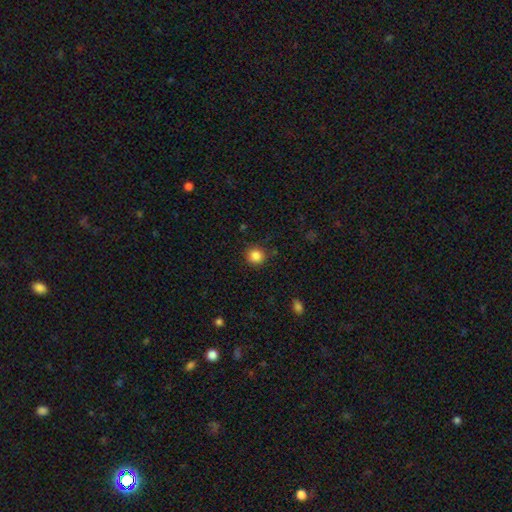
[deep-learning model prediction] Q: Smooth or featured?
A: smooth (86%); runner-up: star or artifact (11%)
Q: How rounded?
A: round (92%); runner-up: in between (7%)
Q: Merging?
A: none (86%); runner-up: minor disturbance (9%)